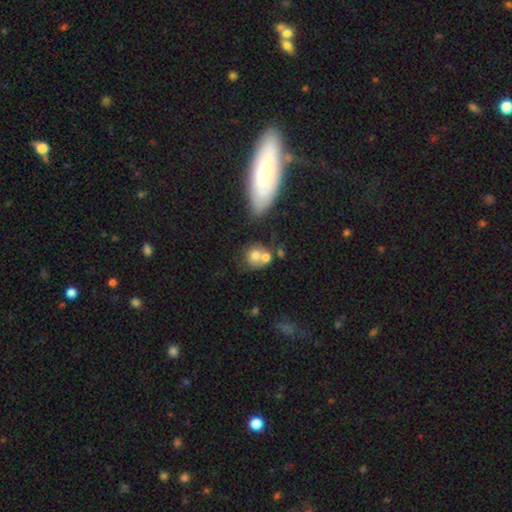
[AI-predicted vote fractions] The model was most divided on "merging": merger: 48%, none: 34%, minor disturbance: 12%, major disturbance: 7%. More confident: how rounded — round (74%); smooth or featured — smooth (68%).